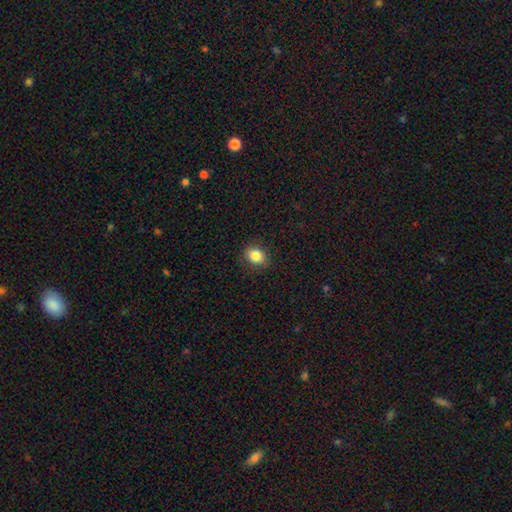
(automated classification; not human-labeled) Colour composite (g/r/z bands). It shows a smooth galaxy with no disk features (85%) that is round (56%). Merging: none (89%).